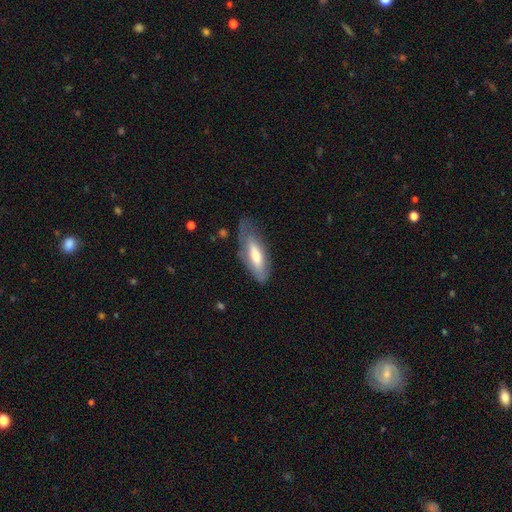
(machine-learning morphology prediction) smooth_or_featured: smooth (p=0.57) [alt: featured or disk p=0.37]
how_rounded: in between (p=0.57) [alt: cigar-shaped p=0.42]
merging: none (p=0.56) [alt: minor disturbance p=0.30]